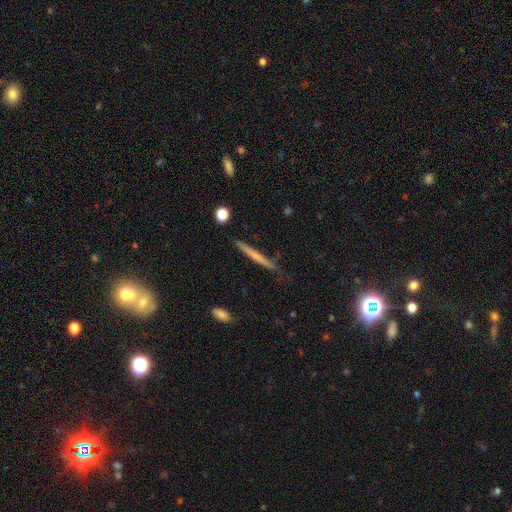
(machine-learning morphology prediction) Overall: smooth (55%; featured or disk 38%). How rounded: cigar-shaped (96%). Merging: none (80%).